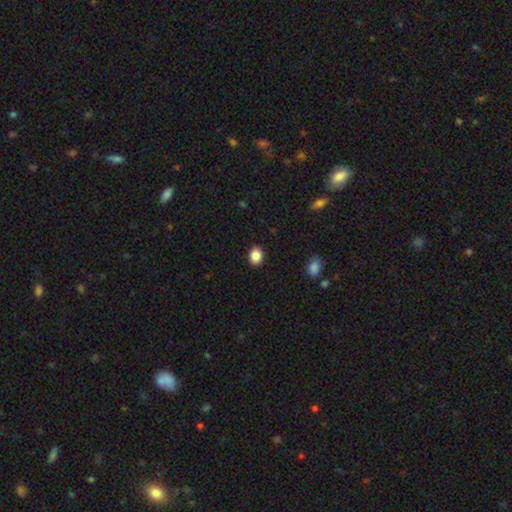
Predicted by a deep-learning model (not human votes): This is clearly a smooth galaxy (87%). How rounded: possibly in between (51%). Merging: clearly none (91%).